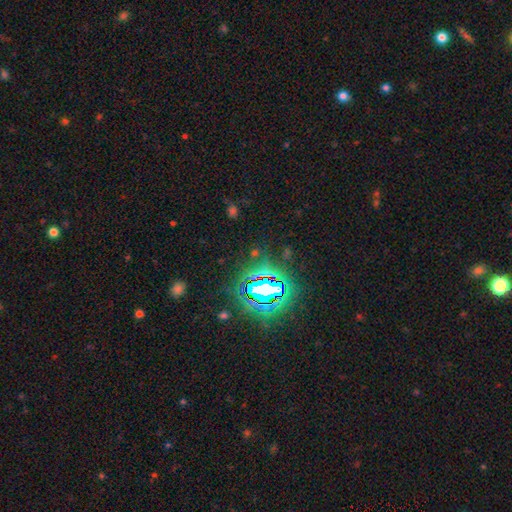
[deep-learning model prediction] Smooth or featured: star or artifact — 81% (smooth — 11%)